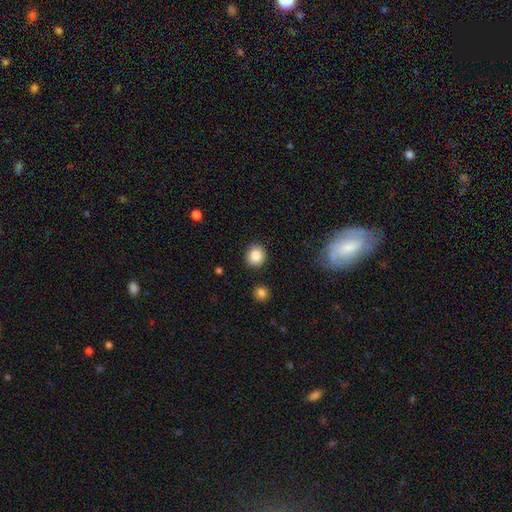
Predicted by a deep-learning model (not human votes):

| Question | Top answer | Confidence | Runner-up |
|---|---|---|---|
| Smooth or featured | smooth | 86% | star or artifact (9%) |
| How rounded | round | 82% | in between (17%) |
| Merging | none | 89% | minor disturbance (7%) |